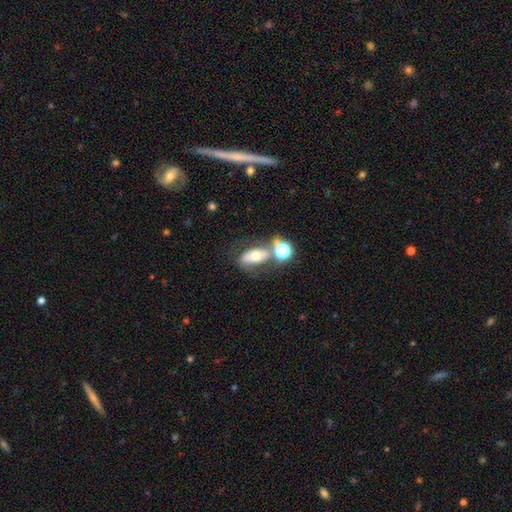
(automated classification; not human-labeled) This appears to be a smooth galaxy with no disk features (51%) that is in between round and cigar-shaped (80%). Merging: none (49%).